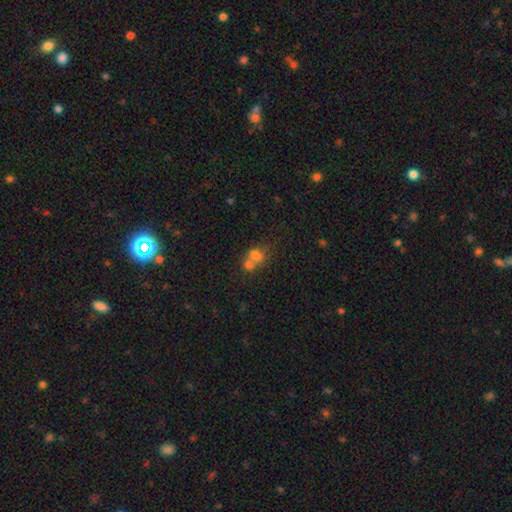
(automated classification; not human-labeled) smooth_or_featured: smooth (p=0.69) [alt: featured or disk p=0.17]
how_rounded: round (p=0.52) [alt: in between p=0.46]
merging: merger (p=0.60) [alt: none p=0.28]